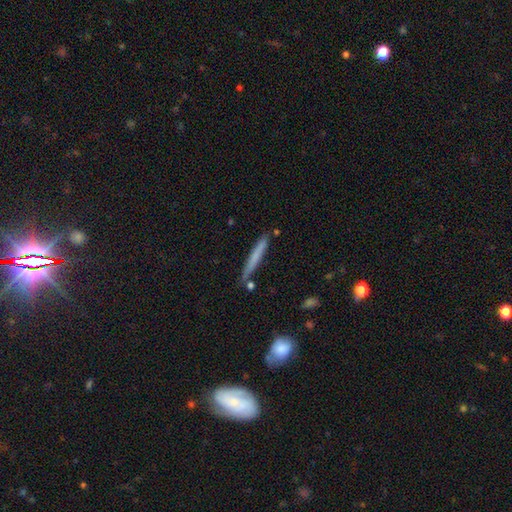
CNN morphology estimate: A smooth galaxy with no disk features (64%) that is cigar-shaped (96%).

Vote fractions:
- Smooth or featured? smooth: 64% / featured or disk: 29% / star or artifact: 6%
- How rounded? cigar-shaped: 96% / in between: 3% / round: 1%
- Merging? none: 84% / minor disturbance: 11% / merger: 3% / major disturbance: 2%